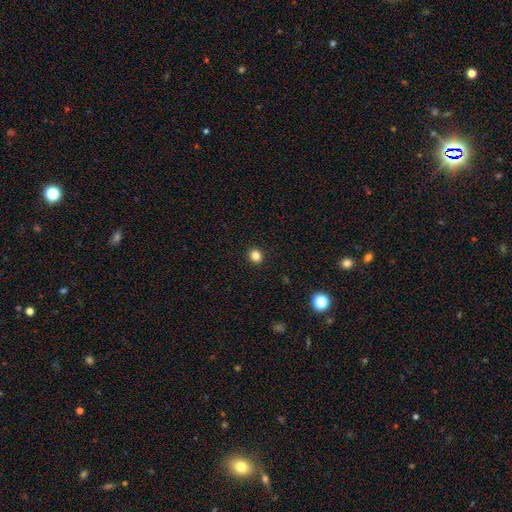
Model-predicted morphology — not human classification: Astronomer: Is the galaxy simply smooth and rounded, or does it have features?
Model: smooth — 83%.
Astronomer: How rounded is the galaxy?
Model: round — 80%.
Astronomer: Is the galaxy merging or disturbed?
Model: none — 92%.